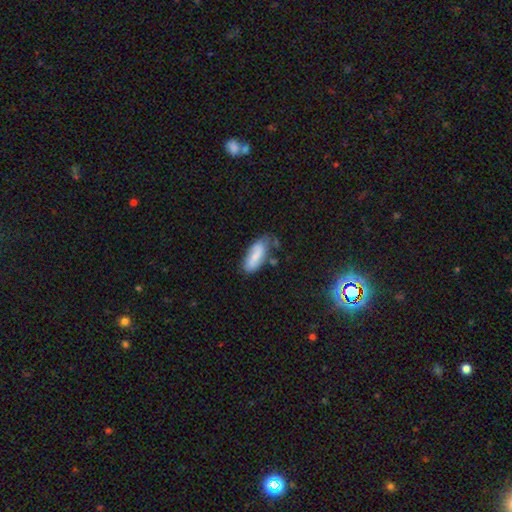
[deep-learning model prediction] smooth_or_featured: smooth (p=0.66) [alt: featured or disk p=0.27]
how_rounded: in between (p=0.82) [alt: cigar-shaped p=0.16]
merging: none (p=0.54) [alt: minor disturbance p=0.31]